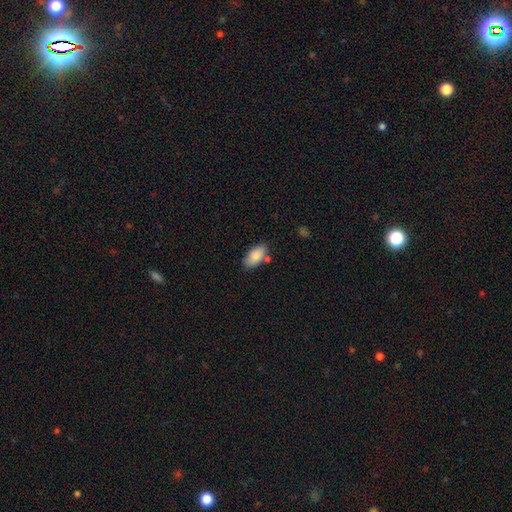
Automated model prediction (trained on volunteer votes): smooth_or_featured: smooth (p=0.87) [alt: featured or disk p=0.07]
how_rounded: in between (p=0.92) [alt: cigar-shaped p=0.05]
merging: none (p=0.72) [alt: minor disturbance p=0.16]